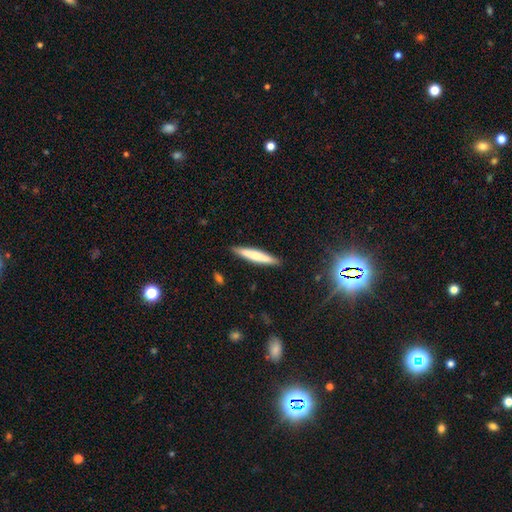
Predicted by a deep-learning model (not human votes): Smooth or featured? smooth (65%)
How rounded? cigar-shaped (92%)
Merging? none (89%)